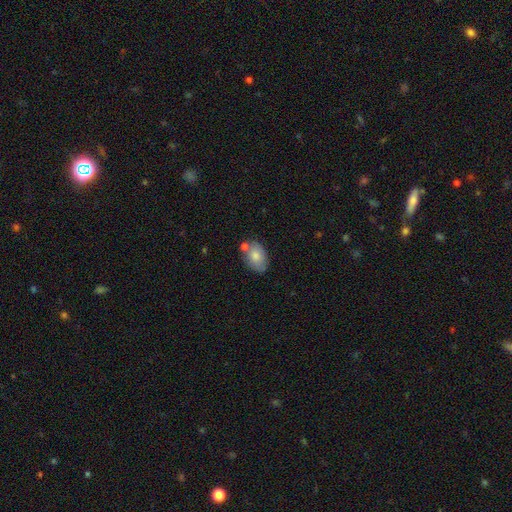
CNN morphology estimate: smooth 78%, featured or disk 16%, star or artifact 7%. Down the decision tree: how rounded — in between (88%); merging — none (61%).